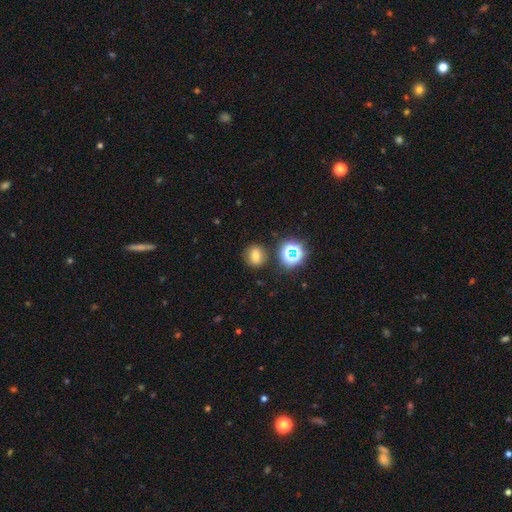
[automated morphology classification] This appears to be a smooth galaxy with no disk features (67%) that is round (77%). Merging: none (82%).